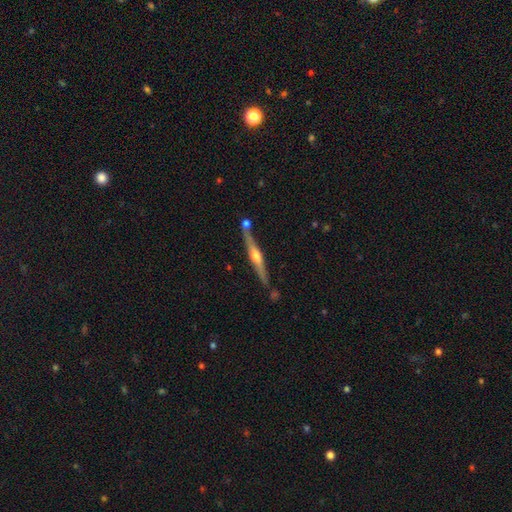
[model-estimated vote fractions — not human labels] This appears to be a featured or disk galaxy (71%) viewed edge-on (96%) with a rounded central bulge (87%). Merging: none (74%).